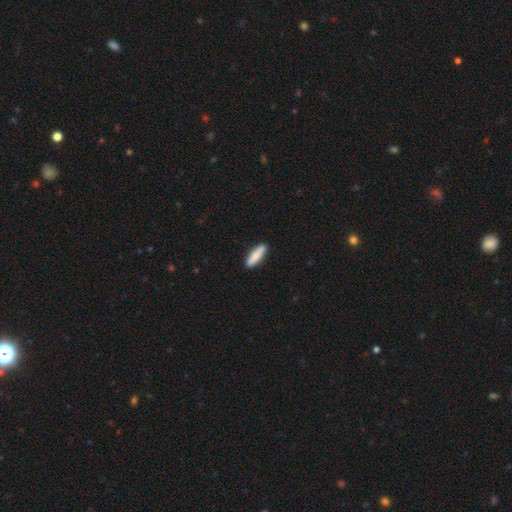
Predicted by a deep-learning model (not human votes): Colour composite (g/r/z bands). It shows a smooth galaxy with no disk features (86%) that is cigar-shaped (73%). Merging: none (91%).